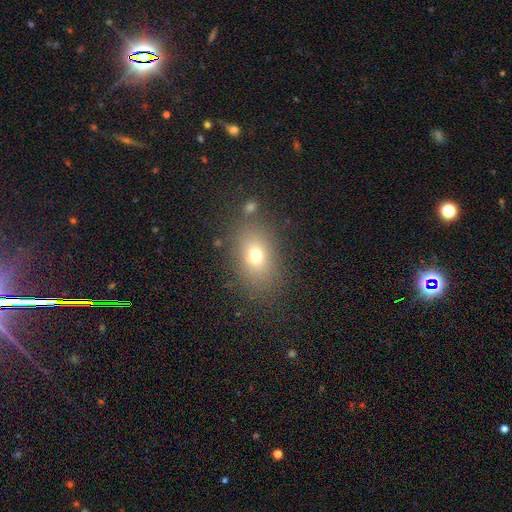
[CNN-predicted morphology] smooth 68%, featured or disk 16%, star or artifact 15%. Down the decision tree: how rounded — in between (78%); merging — none (77%).